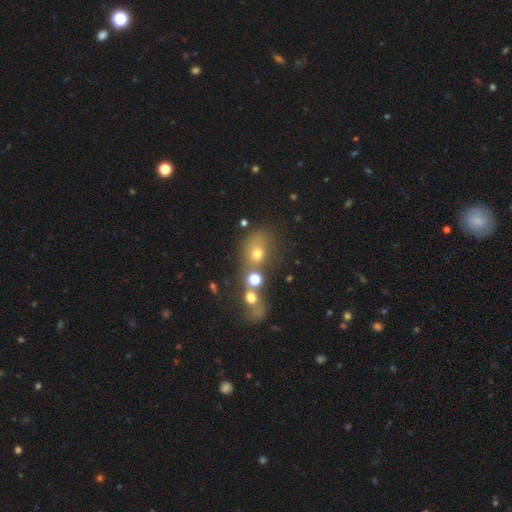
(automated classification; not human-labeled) Smooth or featured? smooth (42%)
Merging? merger (42%)